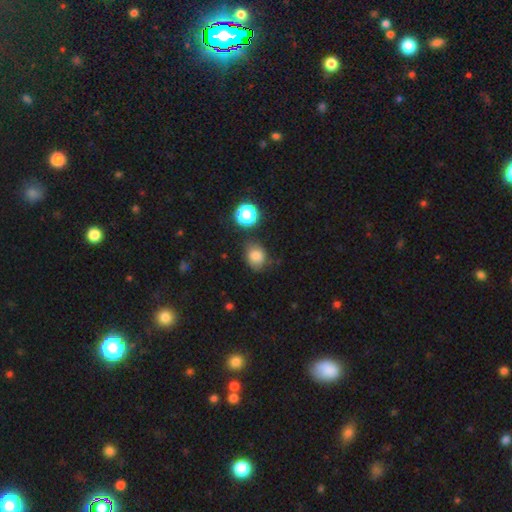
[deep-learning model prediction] Overall: smooth (81%). How rounded: round (51%; in between 48%). Merging: none (65%).